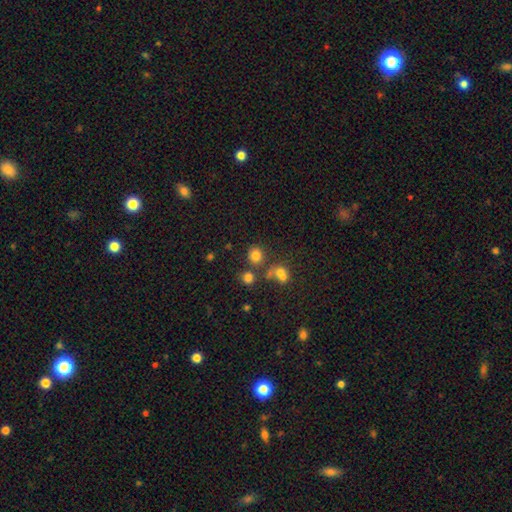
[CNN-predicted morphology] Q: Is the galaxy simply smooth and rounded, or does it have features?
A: smooth — 77%.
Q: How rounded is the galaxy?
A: round — 76%.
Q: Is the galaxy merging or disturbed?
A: none — 69%.